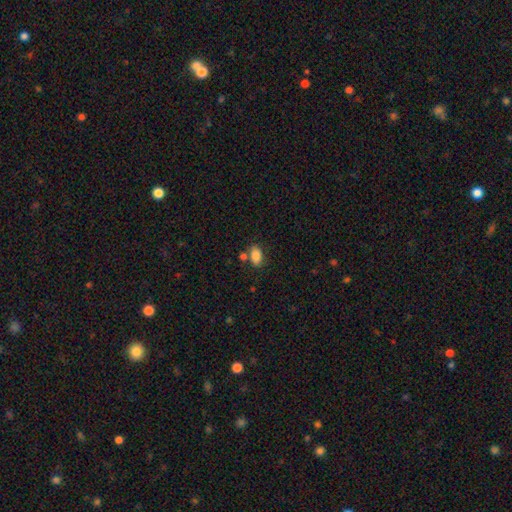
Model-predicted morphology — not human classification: This appears to be a smooth galaxy with no disk features (84%) that is in between round and cigar-shaped (88%). Merging: none (68%).